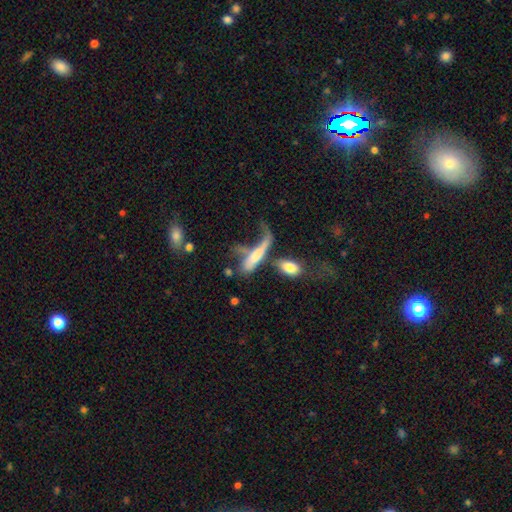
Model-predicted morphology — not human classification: smooth 51%, featured or disk 39%, star or artifact 10%. Down the decision tree: how rounded — cigar-shaped (59%); merging — major disturbance (38%).